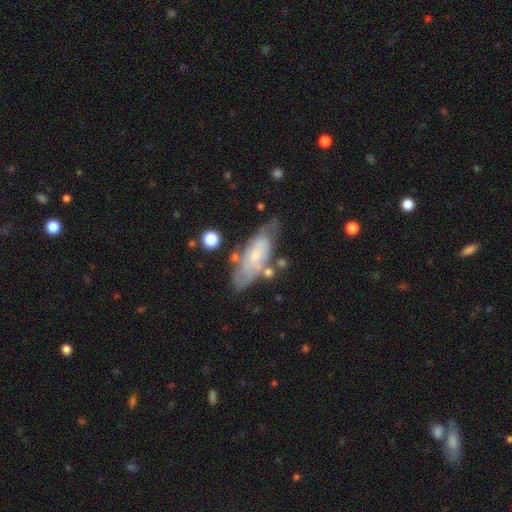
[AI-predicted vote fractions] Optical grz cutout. It shows a featured or disk galaxy (59%). Merging: none (54%).